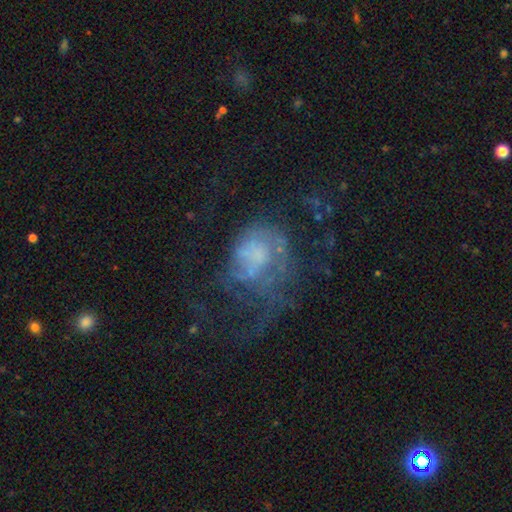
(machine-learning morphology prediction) Smooth or featured? featured or disk (59%)
Edge-on disk? no (98%)
Bar? no (84%)
Spiral arms? no (61%)
Bulge size? none (44%)
Merging? major disturbance (48%)